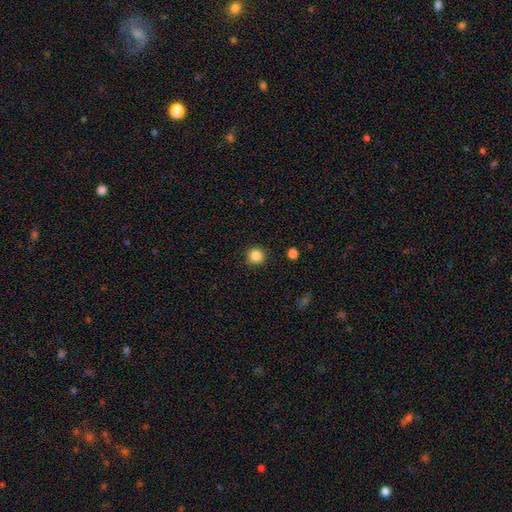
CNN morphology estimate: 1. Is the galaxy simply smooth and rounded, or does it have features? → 85% smooth, 11% star or artifact, 4% featured or disk.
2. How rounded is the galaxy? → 94% round, 5% in between, 1% cigar-shaped.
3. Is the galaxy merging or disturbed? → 92% none, 5% minor disturbance, 2% major disturbance, 1% merger.